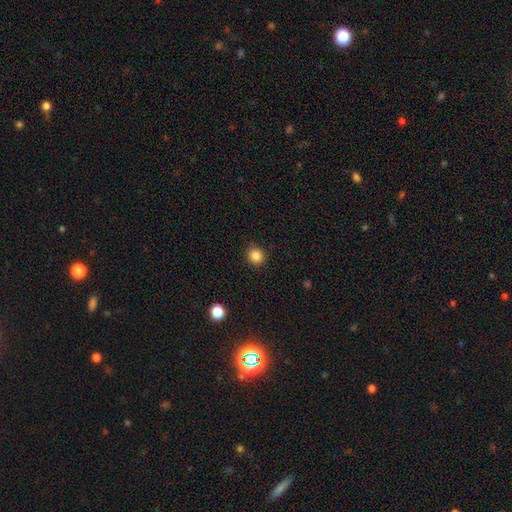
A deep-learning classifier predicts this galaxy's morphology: A smooth galaxy with no disk features (84%) that is round (87%).

Vote fractions:
- Smooth or featured? smooth: 84% / star or artifact: 11% / featured or disk: 4%
- How rounded? round: 87% / in between: 12% / cigar-shaped: 1%
- Merging? none: 91% / minor disturbance: 6% / major disturbance: 2% / merger: 1%